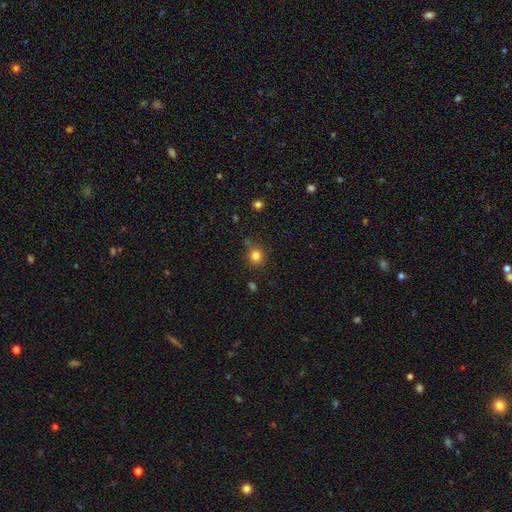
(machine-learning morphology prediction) smooth-or-featured: smooth: 82% | star or artifact: 13% | featured or disk: 5%
  how-rounded: round: 89% | in between: 10% | cigar-shaped: 1%
  merging: none: 77% | minor disturbance: 14% | merger: 4% | major disturbance: 4%